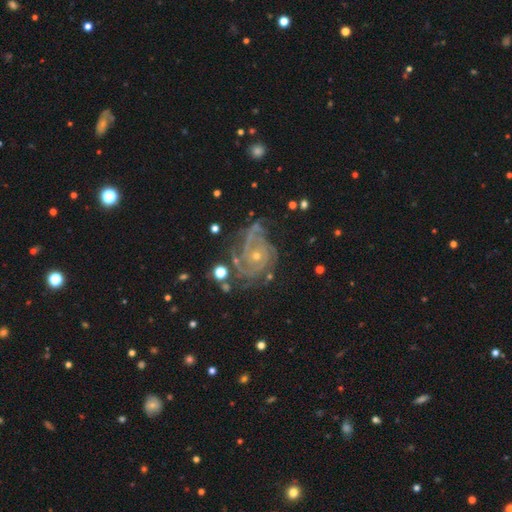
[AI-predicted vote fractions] Q: Smooth or featured?
A: featured or disk (90%); runner-up: star or artifact (6%)
Q: Edge-on disk?
A: no (98%); runner-up: yes (2%)
Q: Bar?
A: no (75%); runner-up: weak (19%)
Q: Spiral arms?
A: yes (98%); runner-up: no (2%)
Q: Spiral winding?
A: tight (67%); runner-up: medium (28%)
Q: Spiral arm count?
A: 3 (32%); runner-up: 2 (26%)
Q: Bulge size?
A: small (62%); runner-up: moderate (35%)
Q: Merging?
A: none (59%); runner-up: minor disturbance (24%)